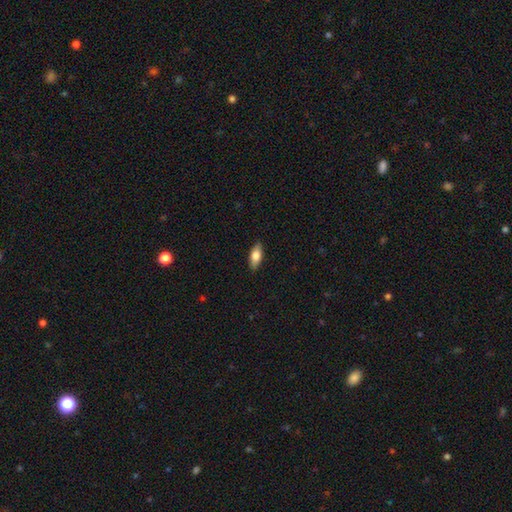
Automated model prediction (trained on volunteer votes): smooth_or_featured: smooth (p=0.71) [alt: featured or disk p=0.22]
how_rounded: in between (p=0.81) [alt: cigar-shaped p=0.16]
merging: none (p=0.88) [alt: minor disturbance p=0.09]